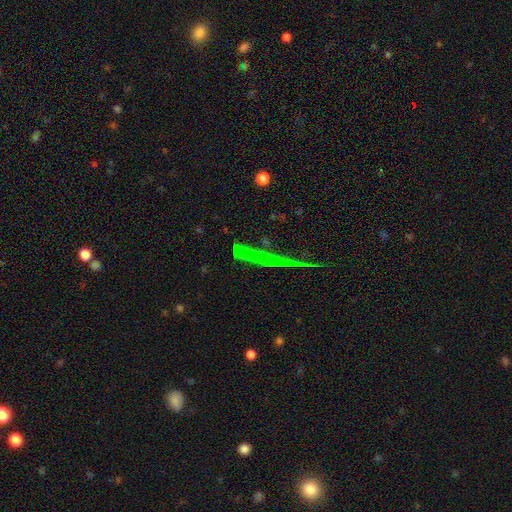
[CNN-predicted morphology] A featured or disk galaxy (39%).

Vote fractions:
- Smooth or featured? featured or disk: 39% / star or artifact: 37% / smooth: 24%
- Merging? none: 78% / minor disturbance: 11% / major disturbance: 6% / merger: 5%